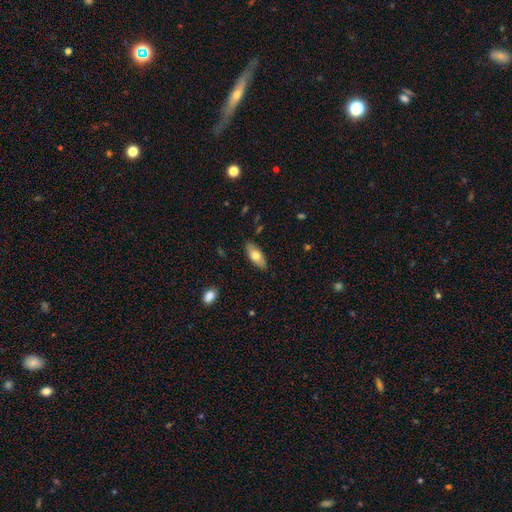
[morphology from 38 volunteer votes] Smooth or featured?
  - smooth: 58% *
  - featured or disk: 39%
  - star or artifact: 3%
How rounded?
  - in between: 68% *
  - cigar-shaped: 32%
  - round: 0%
Merging?
  - none: 84% *
  - minor disturbance: 11%
  - major disturbance: 3%
  - merger: 3%